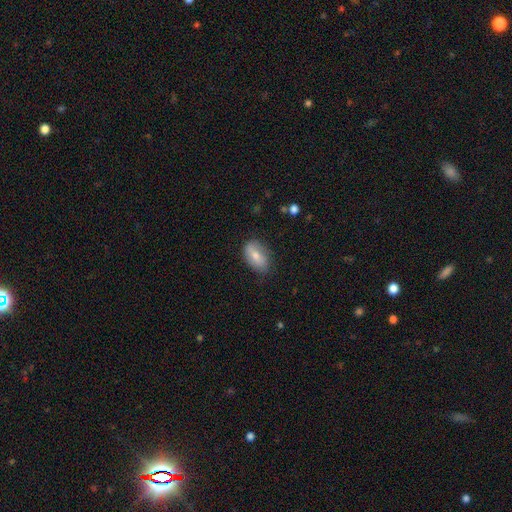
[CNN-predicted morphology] A smooth galaxy with no disk features (74%) that is in between round and cigar-shaped (90%). Merging: none (72%).